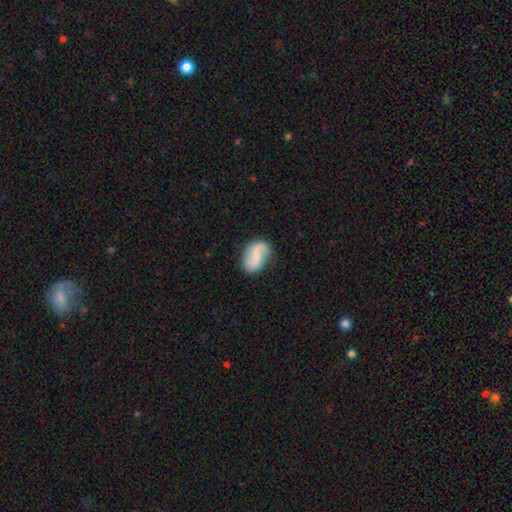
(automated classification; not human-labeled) Smooth or featured: featured or disk — 63% (smooth — 31%)
Edge-on disk: no — 97% (yes — 3%)
Bar: weak — 45% (no — 31%)
Spiral arms: yes — 90% (no — 10%)
Spiral winding: loose — 67% (medium — 24%)
Spiral arm count: 2 — 88% (1 — 5%)
Bulge size: small — 46% (none — 35%)
Merging: none — 75% (minor disturbance — 18%)